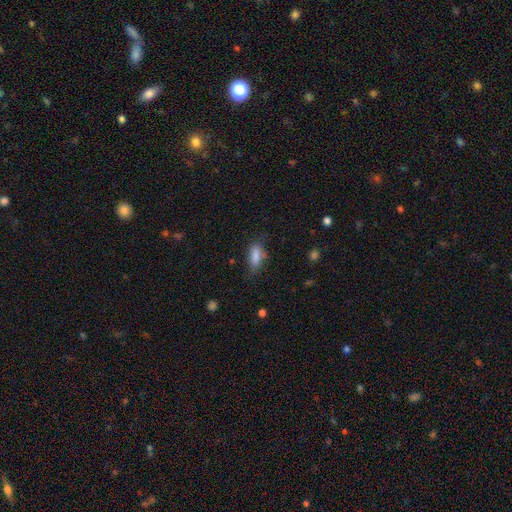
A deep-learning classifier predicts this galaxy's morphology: Smooth or featured: smooth — 82% (featured or disk — 10%)
How rounded: in between — 78% (cigar-shaped — 18%)
Merging: none — 63% (minor disturbance — 25%)